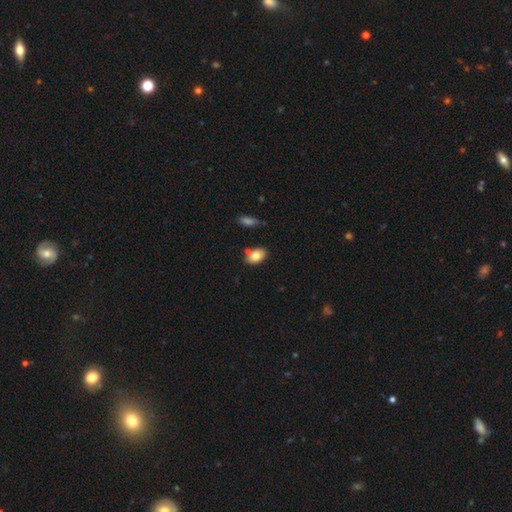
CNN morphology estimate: A smooth galaxy with no disk features (80%) that is in between round and cigar-shaped (88%).

Vote fractions:
- Smooth or featured? smooth: 80% / featured or disk: 13% / star or artifact: 8%
- How rounded? in between: 88% / round: 11% / cigar-shaped: 2%
- Merging? none: 73% / minor disturbance: 15% / merger: 10% / major disturbance: 3%